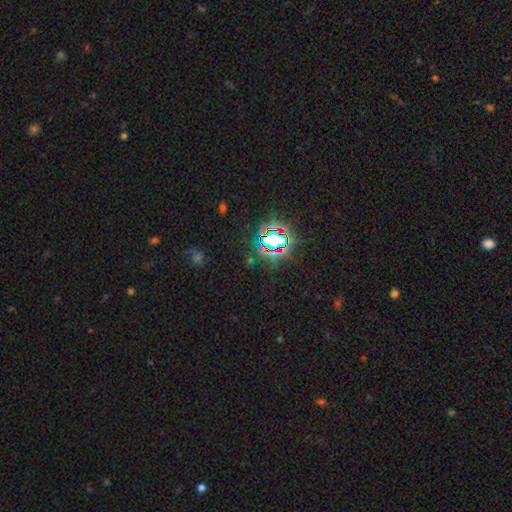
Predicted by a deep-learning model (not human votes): A star or artifact, not a galaxy (77%).